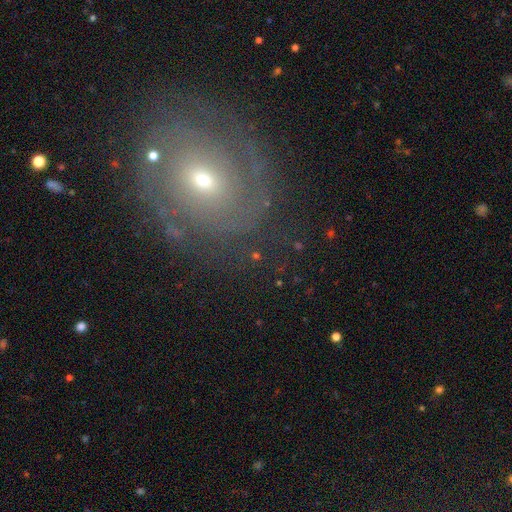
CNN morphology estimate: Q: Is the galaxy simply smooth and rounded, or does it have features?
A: featured or disk — 51%.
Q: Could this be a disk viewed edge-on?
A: no — 94%.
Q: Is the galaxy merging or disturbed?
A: none — 70%.